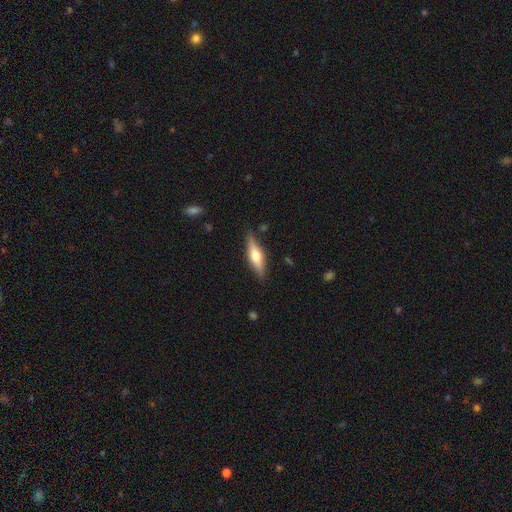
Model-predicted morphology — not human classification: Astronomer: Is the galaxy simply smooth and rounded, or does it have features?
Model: featured or disk — 52% (runner-up: smooth, 43%).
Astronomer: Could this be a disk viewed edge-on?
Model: yes — 93%.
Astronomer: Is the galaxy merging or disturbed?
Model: none — 84%.